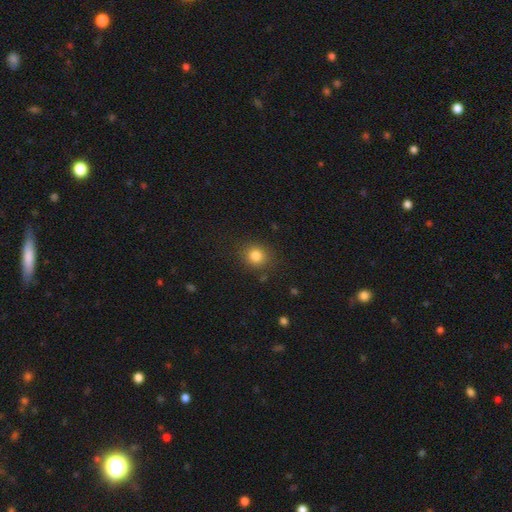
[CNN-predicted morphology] smooth_or_featured: smooth (p=0.82) [alt: star or artifact p=0.12]
how_rounded: round (p=0.83) [alt: in between p=0.16]
merging: none (p=0.85) [alt: minor disturbance p=0.09]